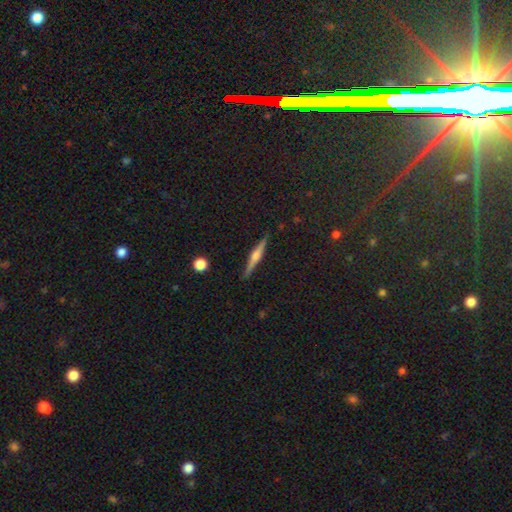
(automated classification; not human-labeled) smooth-or-featured: featured or disk: 69% | smooth: 24% | star or artifact: 8%
  disk-edge-on: yes: 98% | no: 2%
    edge-on-bulge: rounded: 79% | boxy: 12% | none: 8%
  merging: none: 90% | minor disturbance: 7% | major disturbance: 1% | merger: 1%